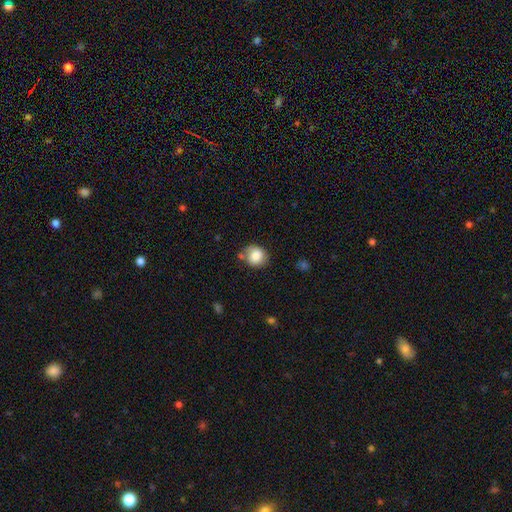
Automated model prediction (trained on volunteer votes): This appears to be a smooth galaxy with no disk features (83%) that is round (77%). Merging: none (68%).